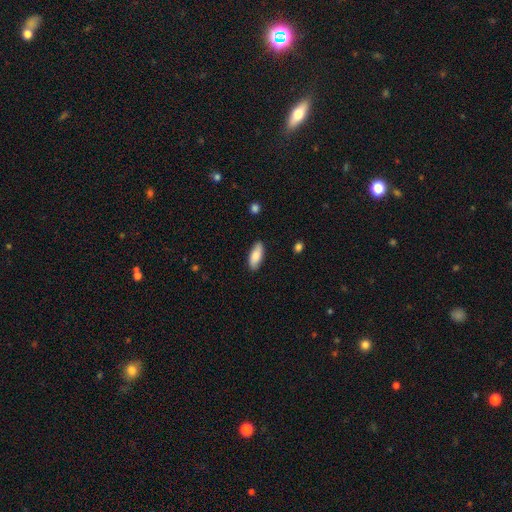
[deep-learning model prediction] smooth_or_featured: smooth (p=0.82) [alt: featured or disk p=0.12]
how_rounded: in between (p=0.78) [alt: cigar-shaped p=0.20]
merging: none (p=0.86) [alt: minor disturbance p=0.11]